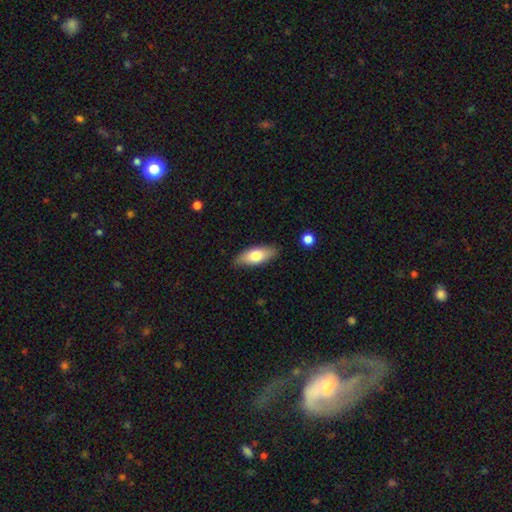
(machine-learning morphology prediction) A smooth galaxy with no disk features (71%) that is in between round and cigar-shaped (76%). Merging: none (84%).